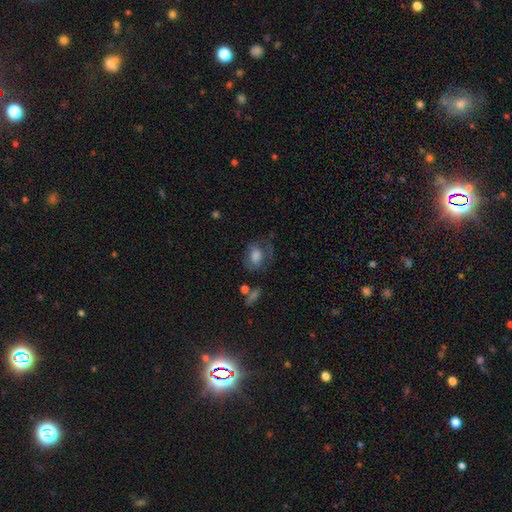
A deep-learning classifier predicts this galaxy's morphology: Smooth or featured? Predicted: smooth (p=0.64). How rounded? Predicted: in between (p=0.67). Merging? Predicted: none (p=0.48).